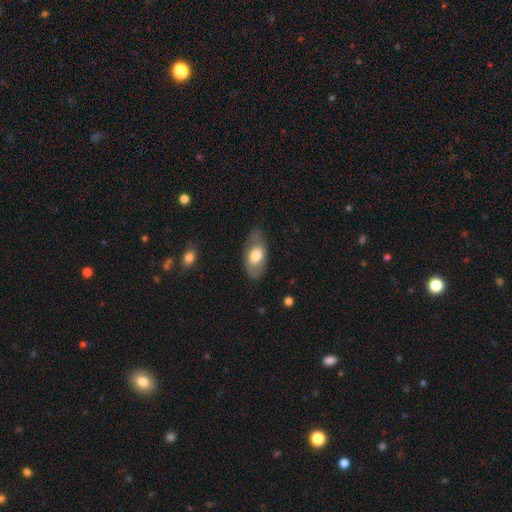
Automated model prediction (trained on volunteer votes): Morphology: type=smooth (65%); roundness=in between (91%); merging=none (70%).